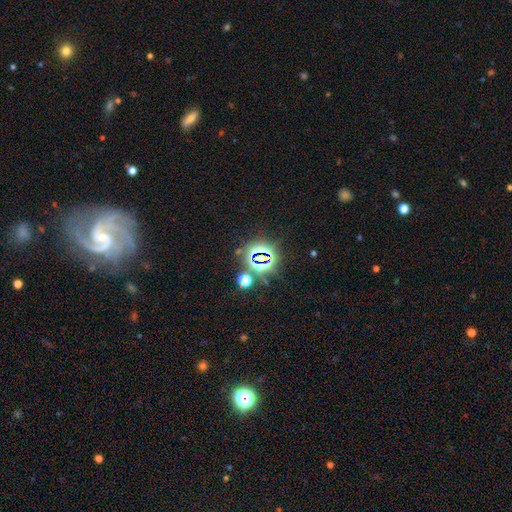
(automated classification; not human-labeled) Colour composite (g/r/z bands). It shows a star or artifact, not a galaxy (77%).